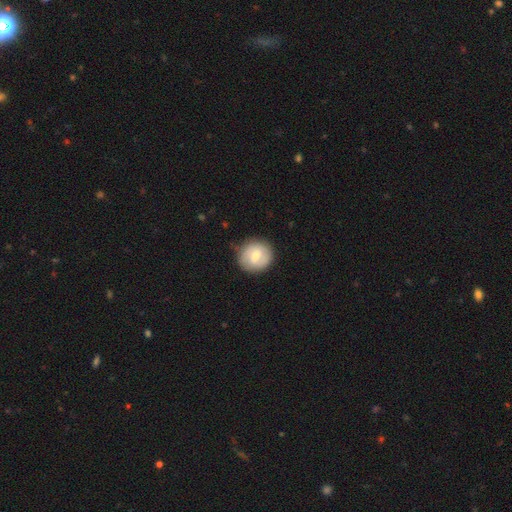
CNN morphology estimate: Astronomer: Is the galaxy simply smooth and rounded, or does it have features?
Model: smooth — 59% (runner-up: featured or disk, 34%).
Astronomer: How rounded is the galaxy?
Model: round — 87%.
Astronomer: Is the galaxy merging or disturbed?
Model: none — 83%.